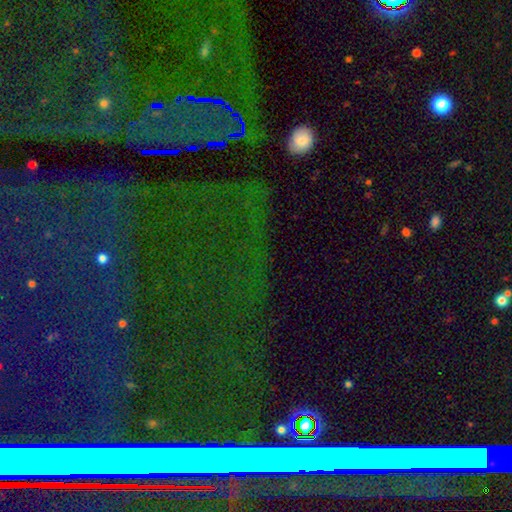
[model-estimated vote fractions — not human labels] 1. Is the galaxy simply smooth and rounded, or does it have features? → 76% star or artifact, 12% featured or disk, 11% smooth.